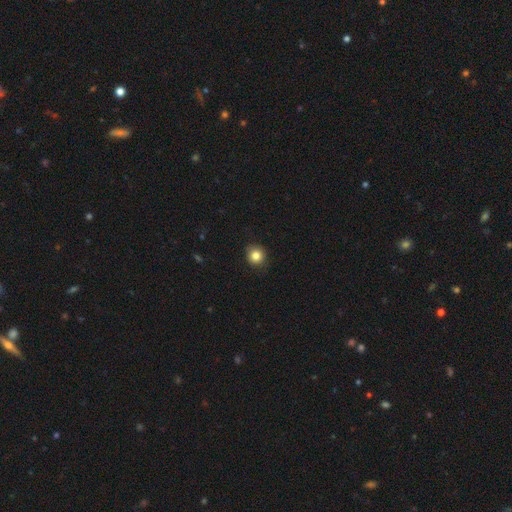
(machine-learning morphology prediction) Smooth or featured? Predicted: smooth (p=0.84). How rounded? Predicted: round (p=0.91). Merging? Predicted: none (p=0.88).